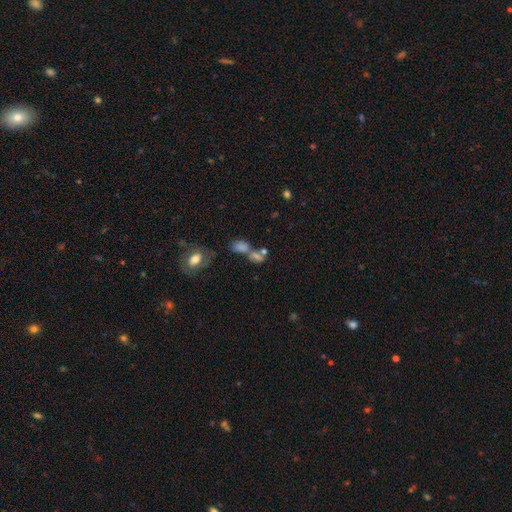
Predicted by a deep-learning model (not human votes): smooth-or-featured: smooth: 55% | star or artifact: 25% | featured or disk: 20%
  how-rounded: in between: 59% | round: 34% | cigar-shaped: 7%
  merging: merger: 46% | none: 35% | minor disturbance: 10% | major disturbance: 9%